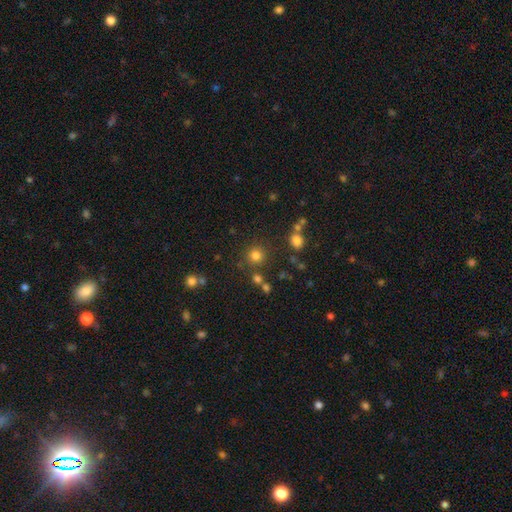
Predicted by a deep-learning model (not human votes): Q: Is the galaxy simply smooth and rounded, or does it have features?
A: smooth — 78%.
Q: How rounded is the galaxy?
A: round — 93%.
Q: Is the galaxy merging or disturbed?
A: none — 82%.